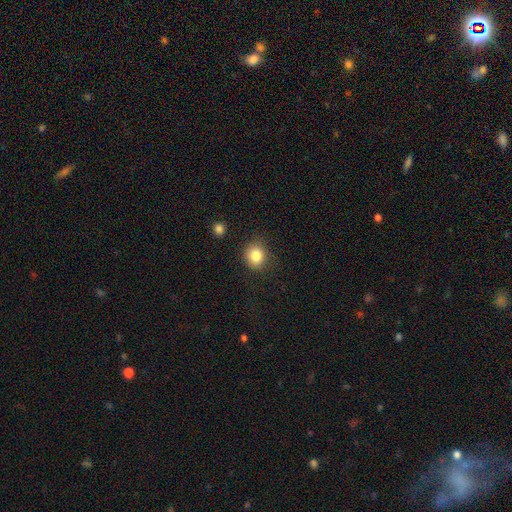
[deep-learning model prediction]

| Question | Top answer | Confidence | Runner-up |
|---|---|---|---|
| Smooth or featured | smooth | 83% | star or artifact (10%) |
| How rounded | round | 77% | in between (22%) |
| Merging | none | 83% | minor disturbance (12%) |